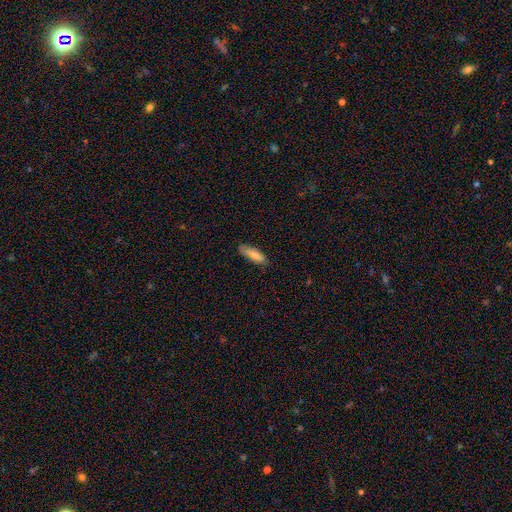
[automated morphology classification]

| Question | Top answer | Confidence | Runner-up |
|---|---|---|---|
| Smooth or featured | smooth | 82% | featured or disk (12%) |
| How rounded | cigar-shaped | 52% | in between (46%) |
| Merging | none | 77% | minor disturbance (18%) |